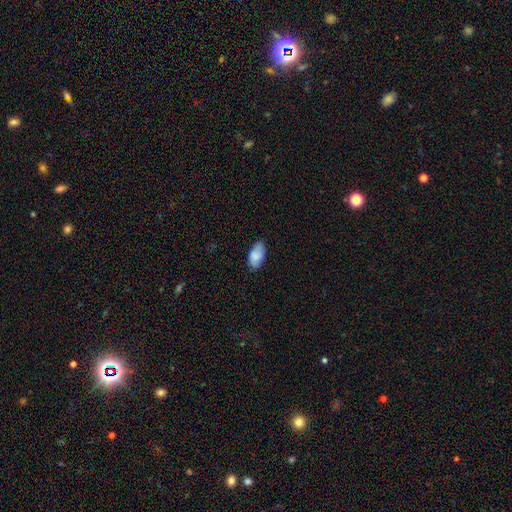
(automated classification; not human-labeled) Q: Smooth or featured?
A: smooth (86%); runner-up: featured or disk (7%)
Q: How rounded?
A: in between (95%); runner-up: round (3%)
Q: Merging?
A: none (77%); runner-up: minor disturbance (19%)